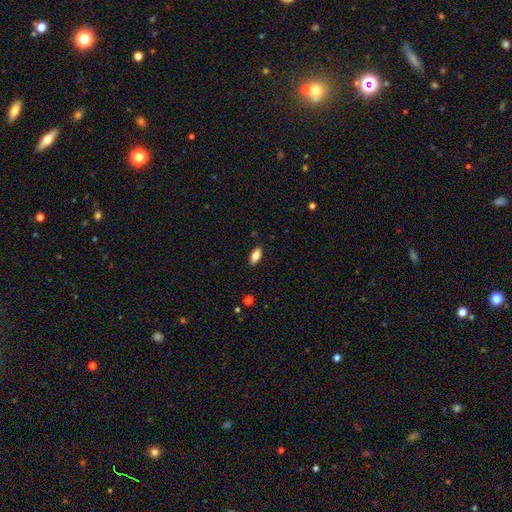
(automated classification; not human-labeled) Smooth or featured?
  - smooth: 78% *
  - featured or disk: 14%
  - star or artifact: 7%
How rounded?
  - in between: 87% *
  - cigar-shaped: 10%
  - round: 3%
Merging?
  - none: 88% *
  - minor disturbance: 9%
  - major disturbance: 2%
  - merger: 1%